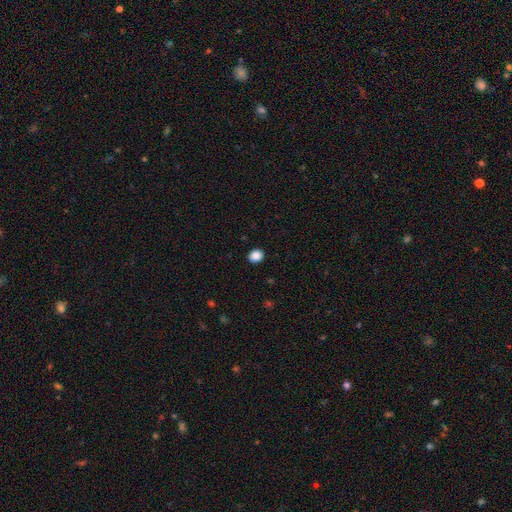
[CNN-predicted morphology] This appears to be a smooth galaxy with no disk features (87%) that is round (65%). Merging: none (92%).